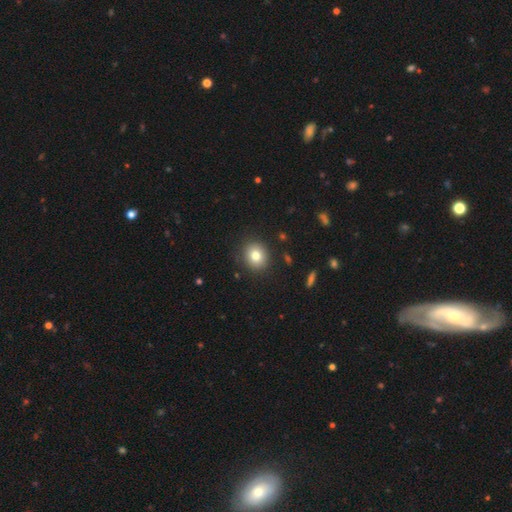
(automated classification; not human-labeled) This is likely a smooth galaxy (80%). How rounded: likely round (78%). Merging: clearly none (89%).